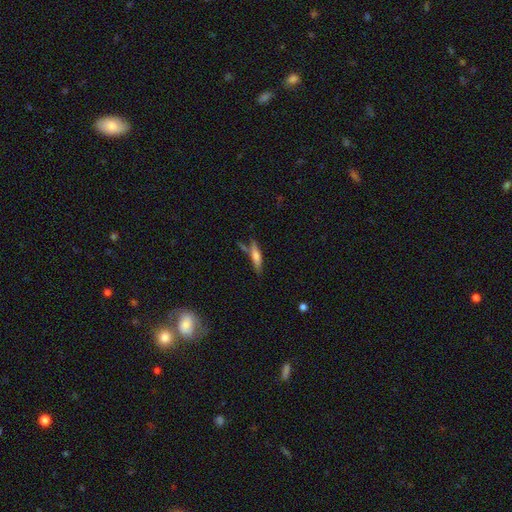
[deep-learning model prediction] Smooth or featured? smooth (63%)
How rounded? cigar-shaped (77%)
Merging? none (64%)